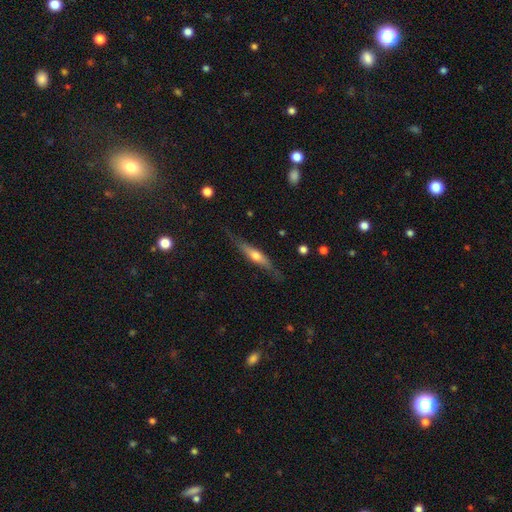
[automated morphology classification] A featured or disk galaxy (57%) viewed edge-on (90%) with a rounded central bulge (83%). Merging: none (75%).